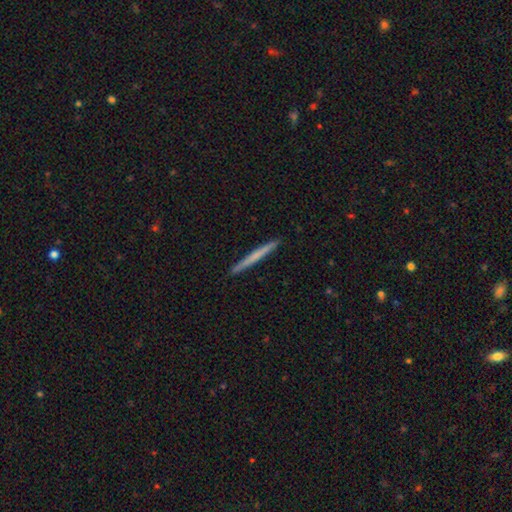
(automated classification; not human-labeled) smooth-or-featured: smooth: 55% | featured or disk: 39% | star or artifact: 5%
  how-rounded: cigar-shaped: 97% | in between: 2% | round: 1%
  merging: none: 93% | minor disturbance: 5% | major disturbance: 1% | merger: 1%